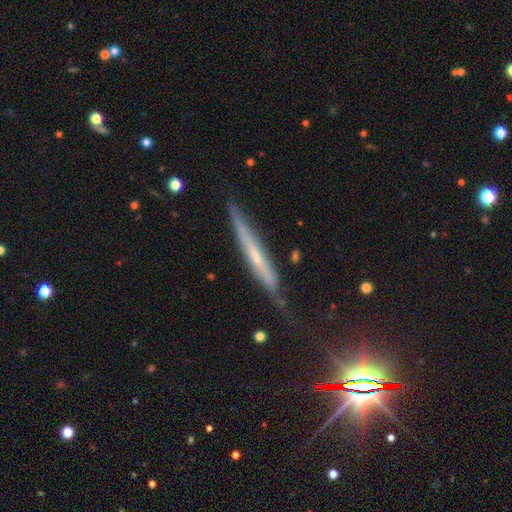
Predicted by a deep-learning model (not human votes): The model was most divided on "smooth or featured": featured or disk: 58%, smooth: 30%, star or artifact: 12%. More confident: edge-on disk — yes (92%); merging — none (72%); edge-on bulge — none (62%).